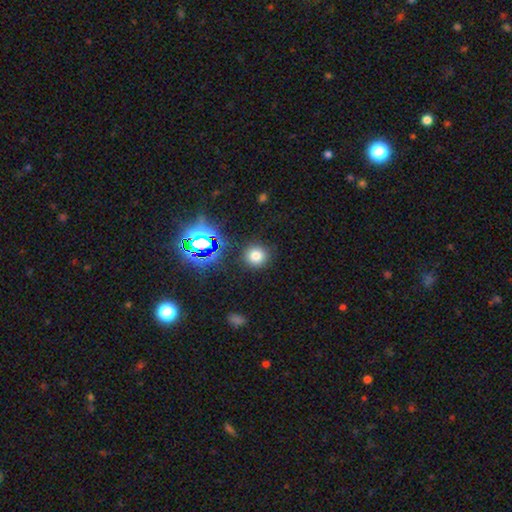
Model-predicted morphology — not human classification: Smooth or featured? smooth (72%)
How rounded? round (90%)
Merging? none (88%)